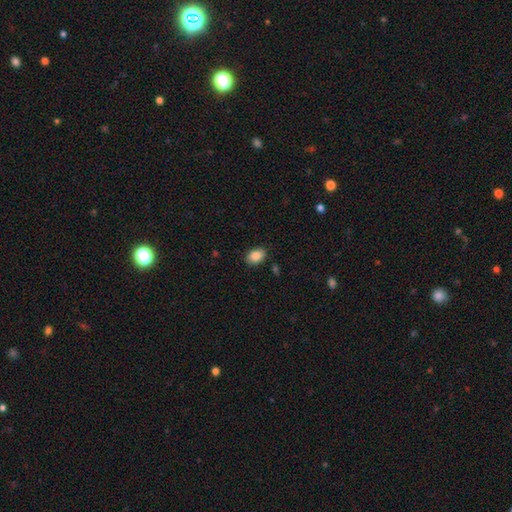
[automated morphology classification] smooth 87%, star or artifact 8%, featured or disk 5%. Down the decision tree: how rounded — in between (82%); merging — none (86%).